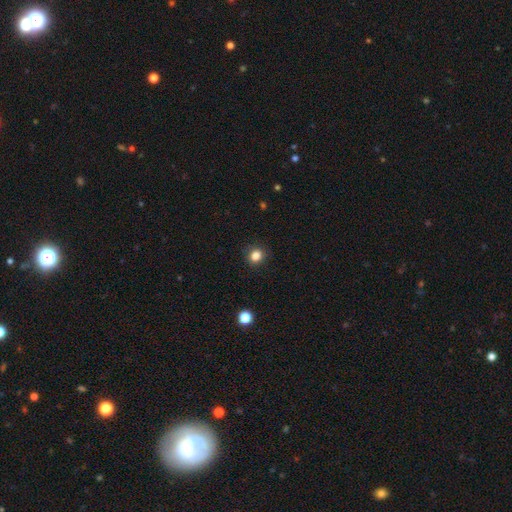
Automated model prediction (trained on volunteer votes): A smooth galaxy with no disk features (84%) that is round (83%). Merging: none (88%).